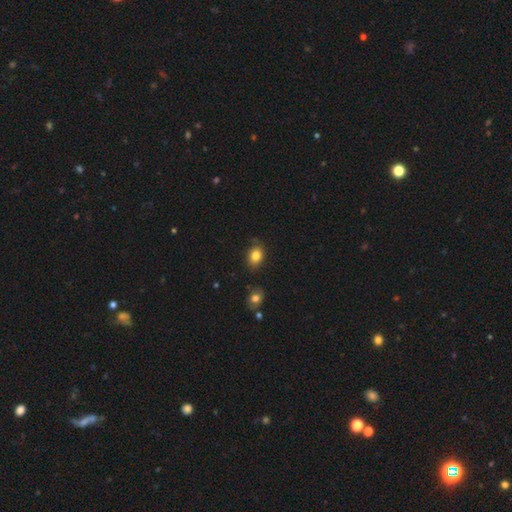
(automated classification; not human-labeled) Q: Smooth or featured?
A: smooth (83%); runner-up: star or artifact (10%)
Q: How rounded?
A: in between (68%); runner-up: round (30%)
Q: Merging?
A: none (77%); runner-up: minor disturbance (17%)